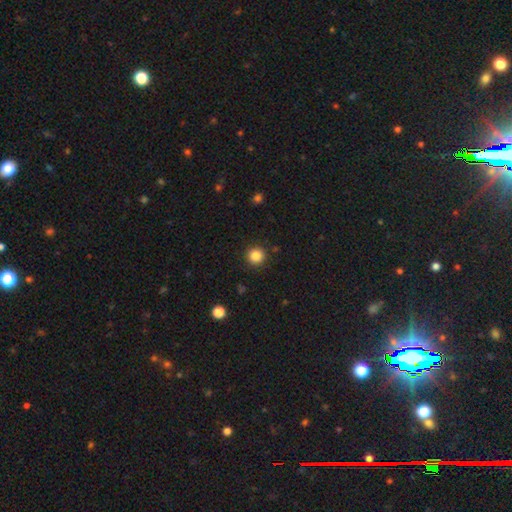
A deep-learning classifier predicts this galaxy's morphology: Smooth or featured?
  - smooth: 86% *
  - star or artifact: 11%
  - featured or disk: 4%
How rounded?
  - round: 95% *
  - in between: 4%
  - cigar-shaped: 1%
Merging?
  - none: 91% *
  - minor disturbance: 6%
  - major disturbance: 2%
  - merger: 1%